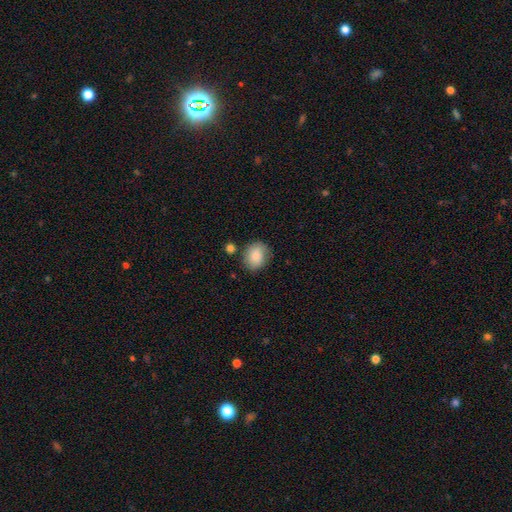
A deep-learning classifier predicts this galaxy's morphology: smooth_or_featured: smooth (p=0.84) [alt: featured or disk p=0.08]
how_rounded: round (p=0.57) [alt: in between p=0.42]
merging: none (p=0.74) [alt: minor disturbance p=0.17]